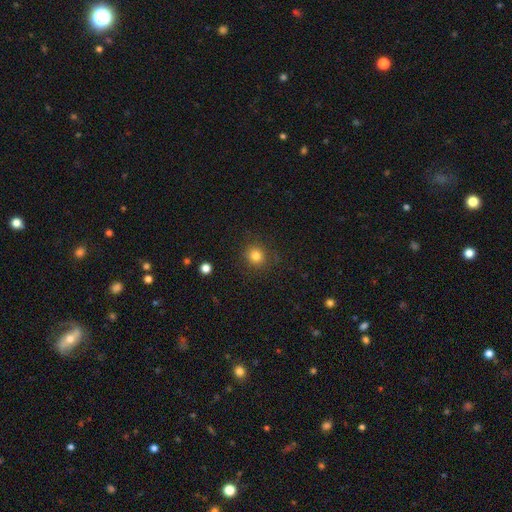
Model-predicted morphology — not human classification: A smooth galaxy with no disk features (82%) that is round (87%).

Vote fractions:
- Smooth or featured? smooth: 82% / star or artifact: 12% / featured or disk: 6%
- How rounded? round: 87% / in between: 12% / cigar-shaped: 1%
- Merging? none: 87% / minor disturbance: 9% / major disturbance: 3% / merger: 1%